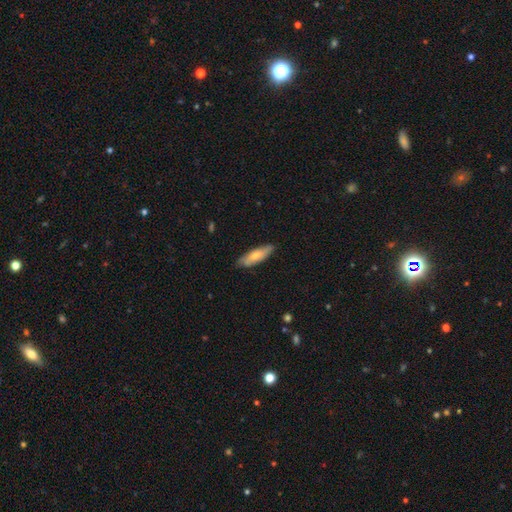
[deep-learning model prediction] A smooth galaxy with no disk features (67%) that is in between round and cigar-shaped (51%).

Vote fractions:
- Smooth or featured? smooth: 67% / featured or disk: 28% / star or artifact: 5%
- How rounded? in between: 51% / cigar-shaped: 47% / round: 2%
- Merging? none: 81% / minor disturbance: 16% / major disturbance: 2% / merger: 1%